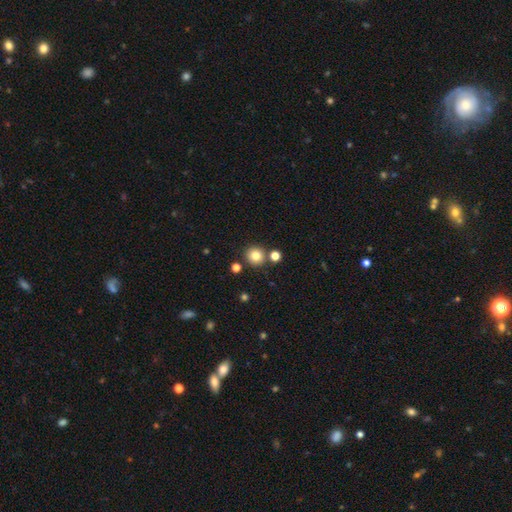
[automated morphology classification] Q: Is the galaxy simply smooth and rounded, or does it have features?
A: smooth — 81%.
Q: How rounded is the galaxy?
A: round — 92%.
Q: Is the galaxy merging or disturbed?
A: none — 83%.